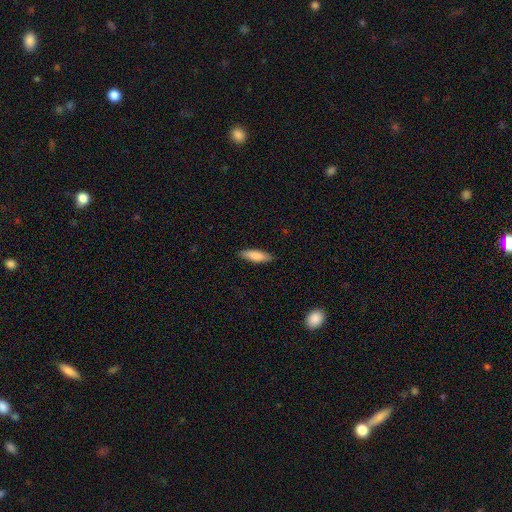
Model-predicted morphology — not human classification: smooth 83%, featured or disk 11%, star or artifact 5%. Down the decision tree: how rounded — cigar-shaped (58%); merging — none (88%).